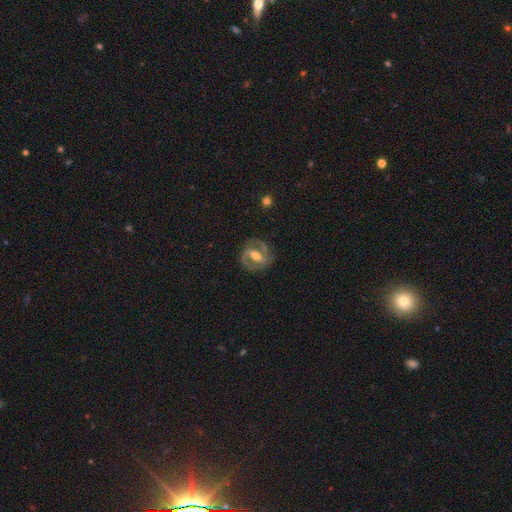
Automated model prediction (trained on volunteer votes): A featured or disk galaxy (87%) with a strong bar (50%), 2 (90%) medium (53%) spiral arms (95%) and a moderate central bulge (65%).

Vote fractions:
- Smooth or featured? featured or disk: 87% / smooth: 8% / star or artifact: 5%
- Edge-on disk? no: 97% / yes: 3%
- Bar? strong: 50% / weak: 37% / no: 12%
- Spiral arms? yes: 95% / no: 5%
- Spiral winding? medium: 53% / tight: 36% / loose: 11%
- Spiral arm count? 2: 90% / can't tell: 3% / 3: 2% / 1: 2% / 4: 1% / more than 4: 1%
- Bulge size? moderate: 65% / small: 22% / large: 9% / none: 2% / dominant: 1%
- Merging? none: 81% / minor disturbance: 13% / major disturbance: 5% / merger: 1%